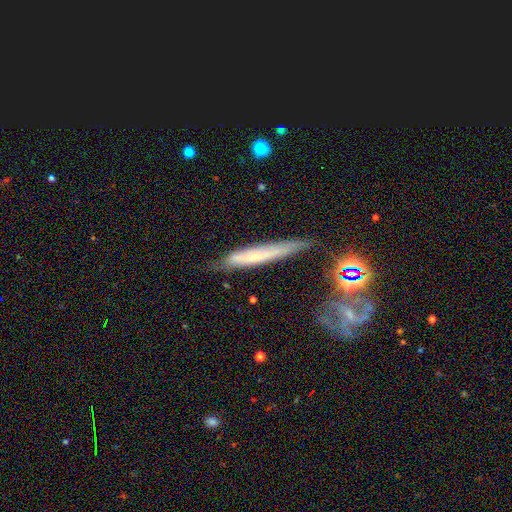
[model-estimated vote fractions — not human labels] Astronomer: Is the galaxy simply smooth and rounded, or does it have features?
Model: featured or disk — 49% (runner-up: smooth, 42%).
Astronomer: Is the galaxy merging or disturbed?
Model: none — 64%.